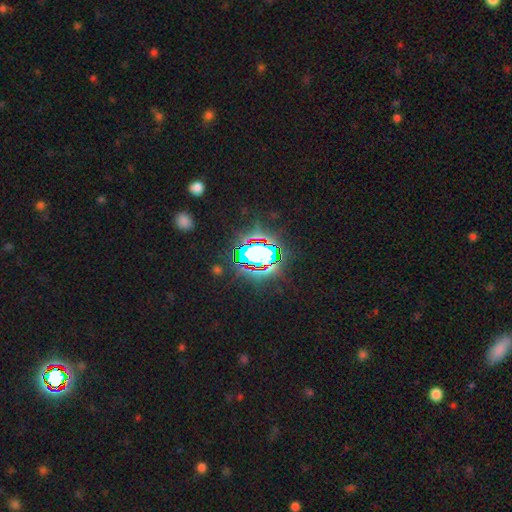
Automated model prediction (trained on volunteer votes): smooth_or_featured: star or artifact (p=0.78) [alt: smooth p=0.13]